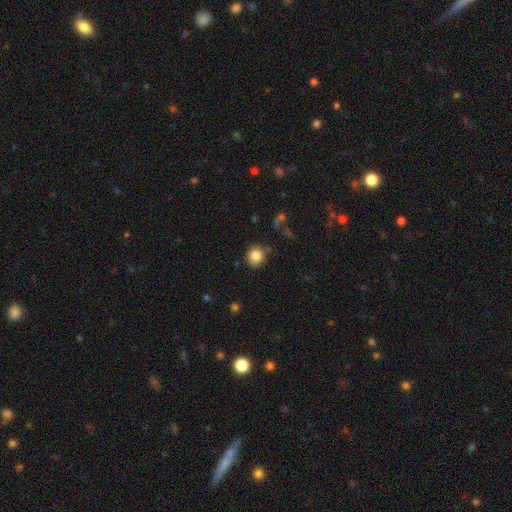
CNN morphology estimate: Smooth or featured: smooth — 84% (star or artifact — 10%)
How rounded: round — 86% (in between — 13%)
Merging: none — 83% (minor disturbance — 11%)